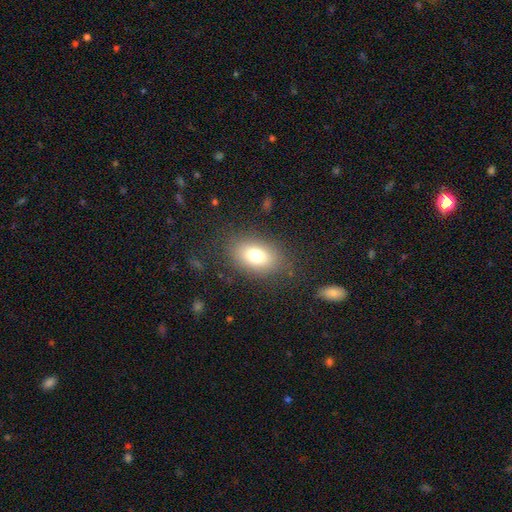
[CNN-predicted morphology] A smooth galaxy with no disk features (75%) that is in between round and cigar-shaped (82%). Merging: none (82%).